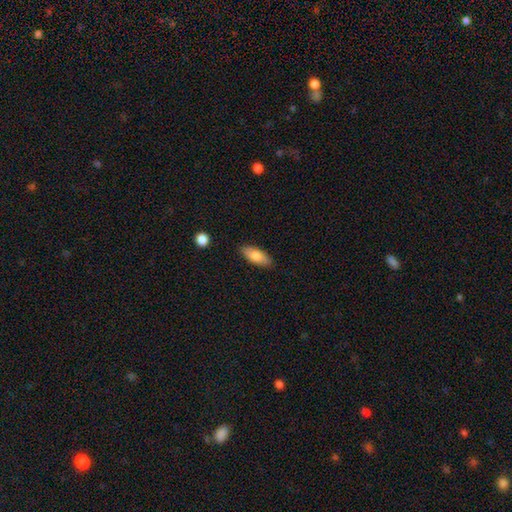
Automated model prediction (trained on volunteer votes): Smooth or featured? Predicted: smooth (p=0.79). How rounded? Predicted: in between (p=0.77). Merging? Predicted: none (p=0.87).